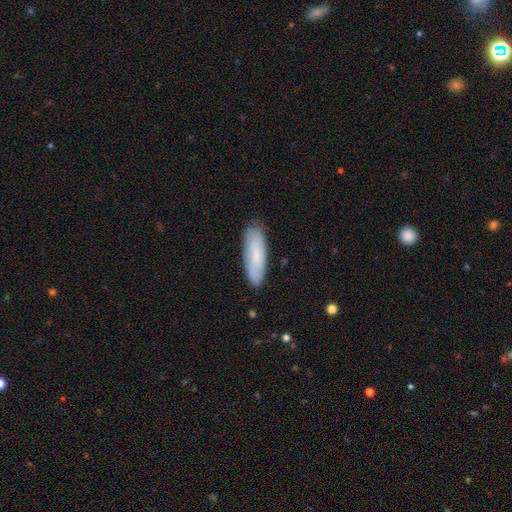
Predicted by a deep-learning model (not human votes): A smooth galaxy with no disk features (69%) that is cigar-shaped (51%). Merging: none (85%).